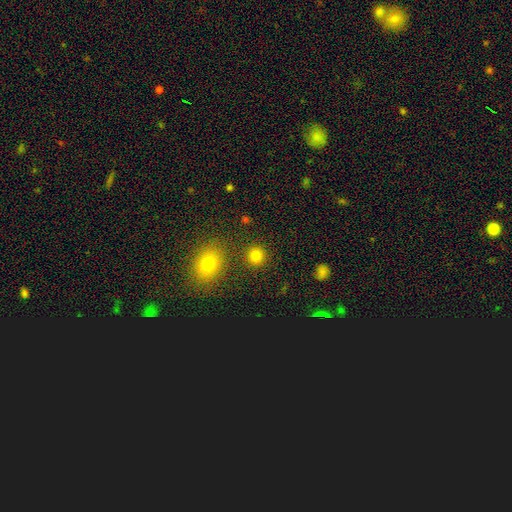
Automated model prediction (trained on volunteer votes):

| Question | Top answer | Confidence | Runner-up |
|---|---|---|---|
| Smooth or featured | smooth | 82% | star or artifact (13%) |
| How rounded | round | 86% | in between (13%) |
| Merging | none | 88% | minor disturbance (6%) |